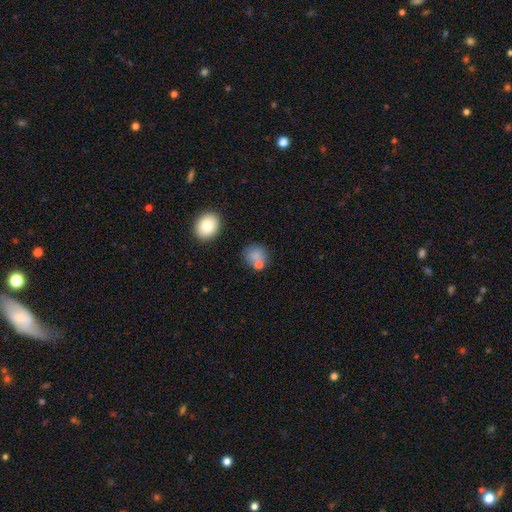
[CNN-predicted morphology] A smooth galaxy with no disk features (80%) that is round (83%).

Vote fractions:
- Smooth or featured? smooth: 80% / star or artifact: 11% / featured or disk: 9%
- How rounded? round: 83% / in between: 16% / cigar-shaped: 1%
- Merging? none: 66% / merger: 15% / minor disturbance: 13% / major disturbance: 5%